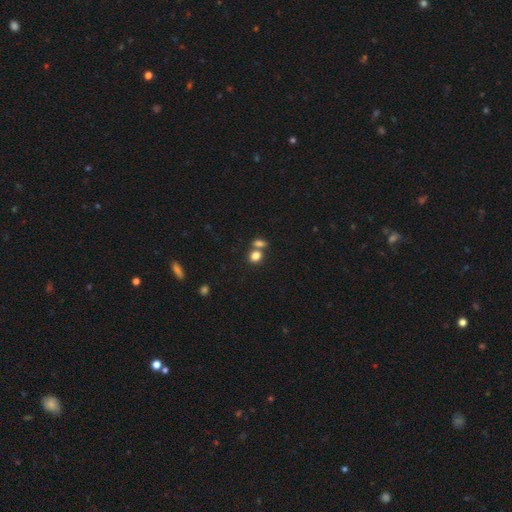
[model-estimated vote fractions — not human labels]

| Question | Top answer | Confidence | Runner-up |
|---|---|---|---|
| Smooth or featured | smooth | 81% | star or artifact (12%) |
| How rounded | round | 58% | in between (41%) |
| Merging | none | 48% | merger (40%) |